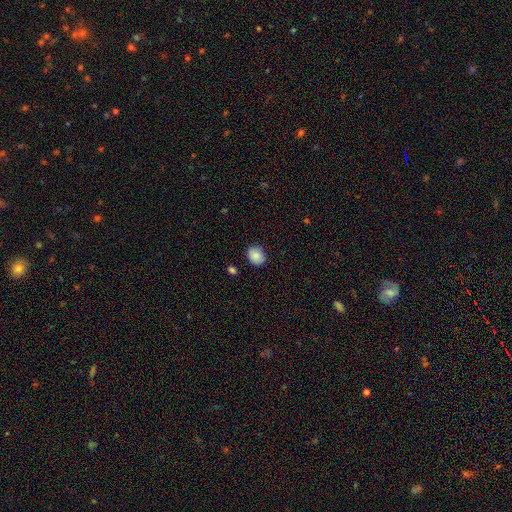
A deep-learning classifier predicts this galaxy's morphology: smooth-or-featured: smooth: 88% | star or artifact: 8% | featured or disk: 5%
  how-rounded: round: 58% | in between: 41% | cigar-shaped: 1%
  merging: none: 86% | minor disturbance: 10% | major disturbance: 2% | merger: 2%